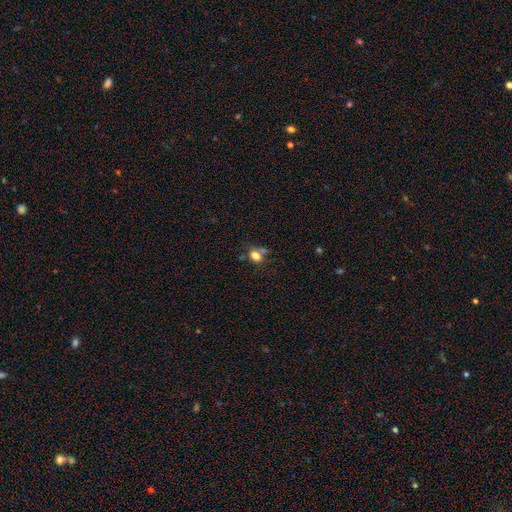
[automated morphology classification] This appears to be a smooth galaxy with no disk features (75%) that is in between round and cigar-shaped (63%). Merging: none (53%).